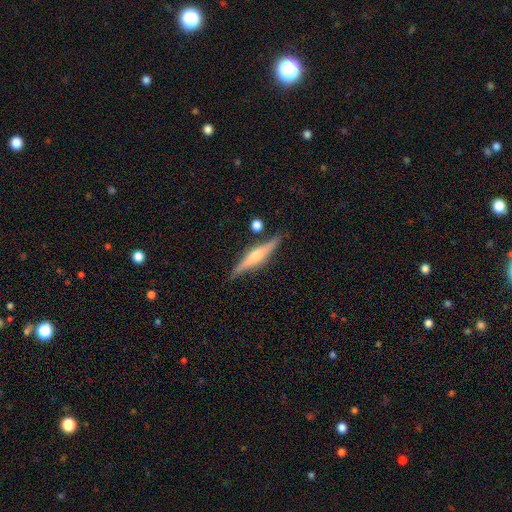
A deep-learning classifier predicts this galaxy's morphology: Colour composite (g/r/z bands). It shows a featured or disk galaxy (69%) viewed edge-on (97%) with a rounded central bulge (81%). Merging: none (85%).